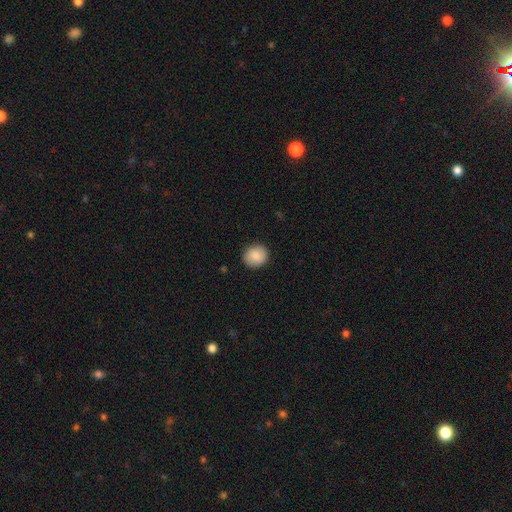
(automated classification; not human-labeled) A smooth galaxy with no disk features (87%) that is round (84%).

Vote fractions:
- Smooth or featured? smooth: 87% / star or artifact: 8% / featured or disk: 6%
- How rounded? round: 84% / in between: 15% / cigar-shaped: 1%
- Merging? none: 91% / minor disturbance: 7% / major disturbance: 2% / merger: 1%